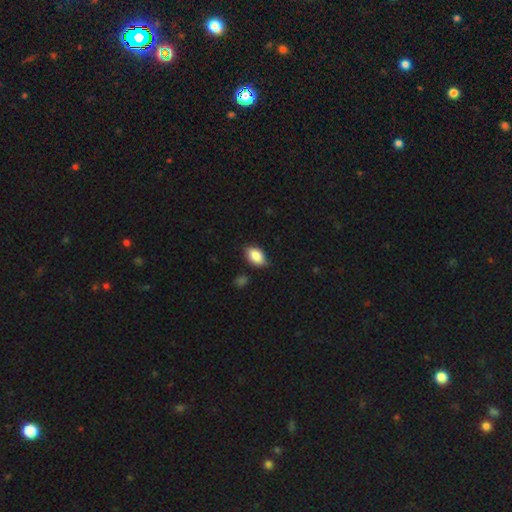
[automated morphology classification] A smooth galaxy with no disk features (85%) that is in between round and cigar-shaped (89%). Merging: none (73%).